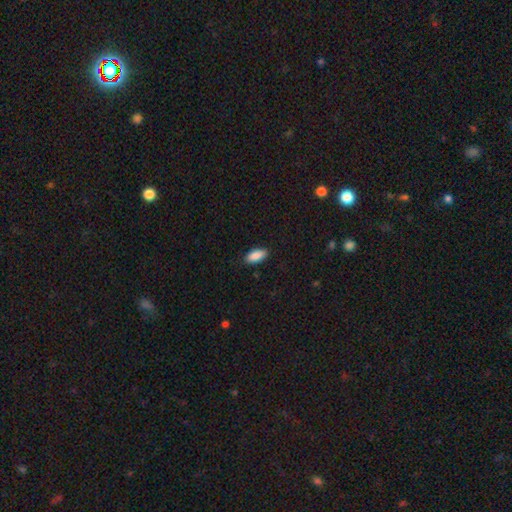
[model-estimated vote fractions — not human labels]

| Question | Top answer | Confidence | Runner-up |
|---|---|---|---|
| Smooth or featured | smooth | 89% | star or artifact (7%) |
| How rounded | in between | 88% | cigar-shaped (10%) |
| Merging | none | 86% | minor disturbance (11%) |